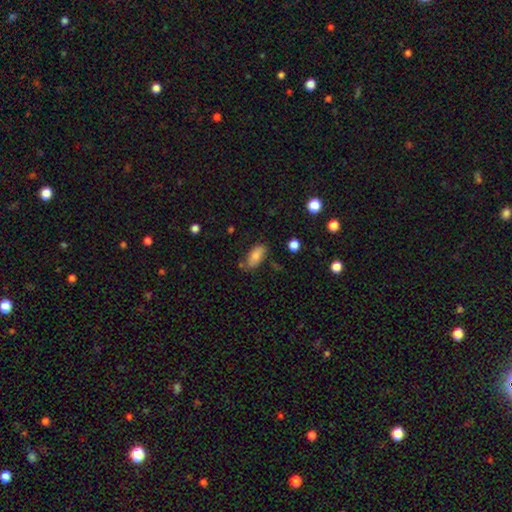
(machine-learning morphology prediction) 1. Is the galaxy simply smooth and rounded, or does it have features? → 79% smooth, 13% featured or disk, 8% star or artifact.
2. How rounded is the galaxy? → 89% in between, 8% cigar-shaped, 3% round.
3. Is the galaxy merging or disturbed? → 71% none, 19% minor disturbance, 5% merger, 5% major disturbance.